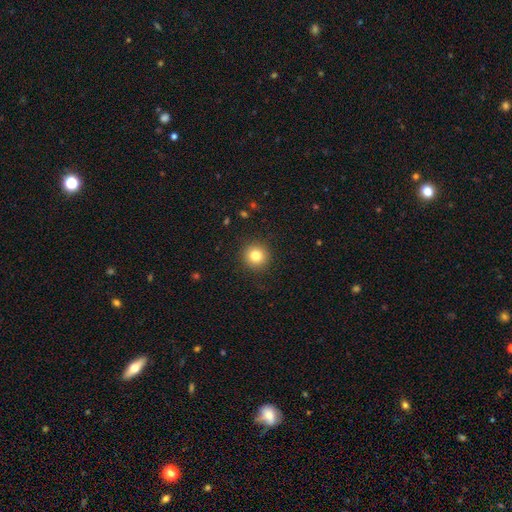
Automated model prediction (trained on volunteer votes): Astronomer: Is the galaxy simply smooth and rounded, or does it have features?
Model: smooth — 81%.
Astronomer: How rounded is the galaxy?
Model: round — 94%.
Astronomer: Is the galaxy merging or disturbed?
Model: none — 91%.